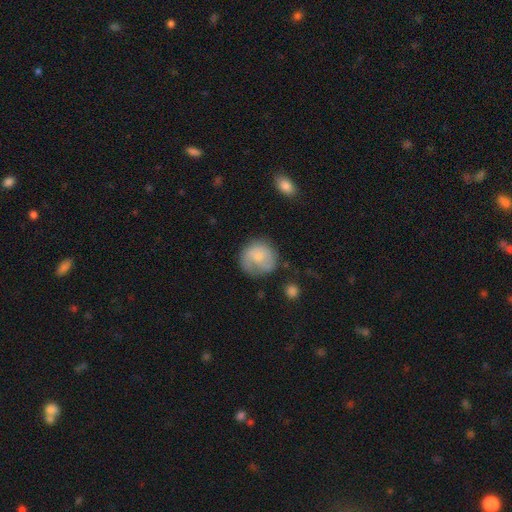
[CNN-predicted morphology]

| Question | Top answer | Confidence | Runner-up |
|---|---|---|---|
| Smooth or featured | smooth | 62% | featured or disk (31%) |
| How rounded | round | 86% | in between (13%) |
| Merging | none | 57% | minor disturbance (24%) |